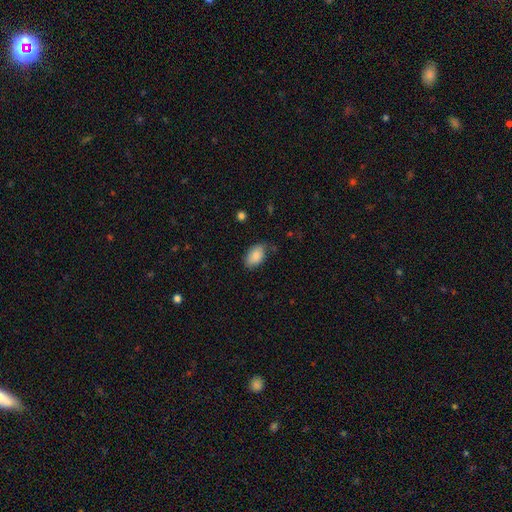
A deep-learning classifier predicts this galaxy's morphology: Smooth or featured? Predicted: smooth (p=0.85). How rounded? Predicted: in between (p=0.92). Merging? Predicted: none (p=0.67).